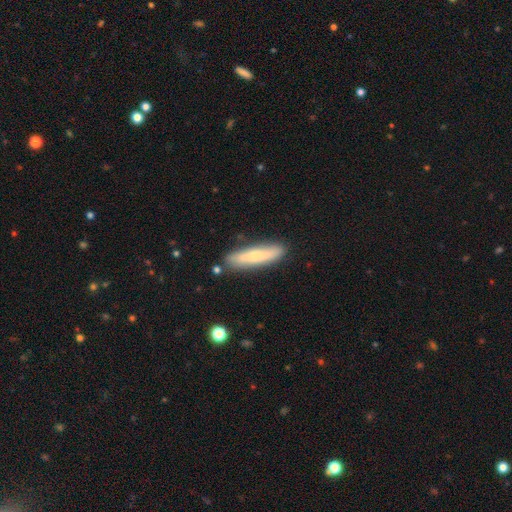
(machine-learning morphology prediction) Smooth or featured? smooth (69%)
How rounded? cigar-shaped (83%)
Merging? none (81%)